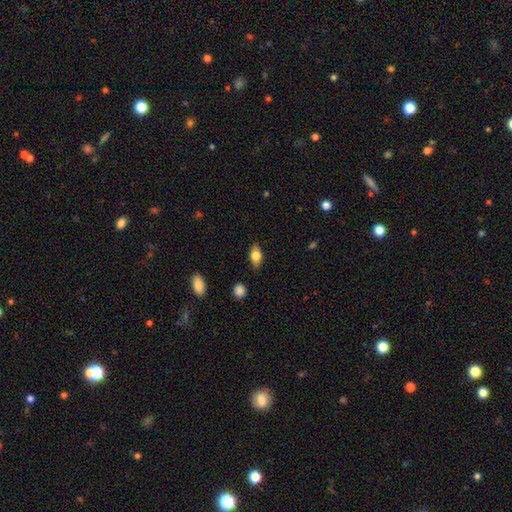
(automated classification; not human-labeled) This appears to be a smooth galaxy with no disk features (71%) that is in between round and cigar-shaped (84%). Merging: none (84%).